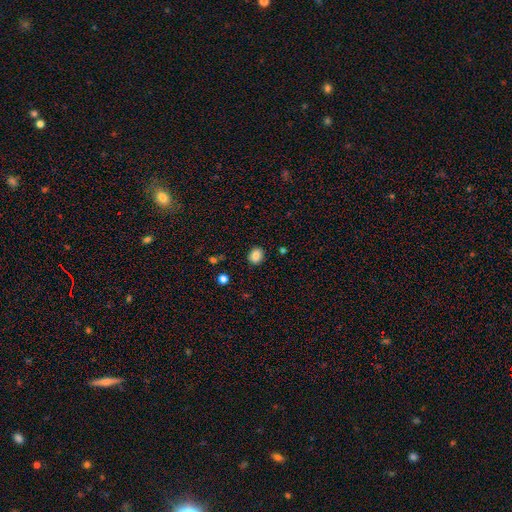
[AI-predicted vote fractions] The model was most divided on "how rounded": round: 59%, in between: 40%, cigar-shaped: 1%. More confident: merging — none (89%); smooth or featured — smooth (86%).